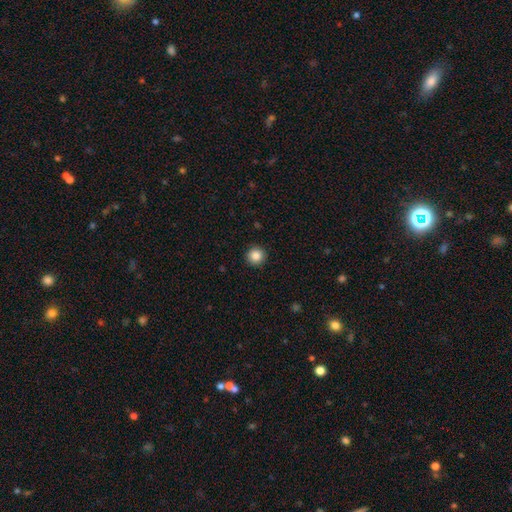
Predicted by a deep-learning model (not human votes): This is clearly a smooth galaxy (87%). How rounded: clearly round (95%). Merging: clearly none (92%).